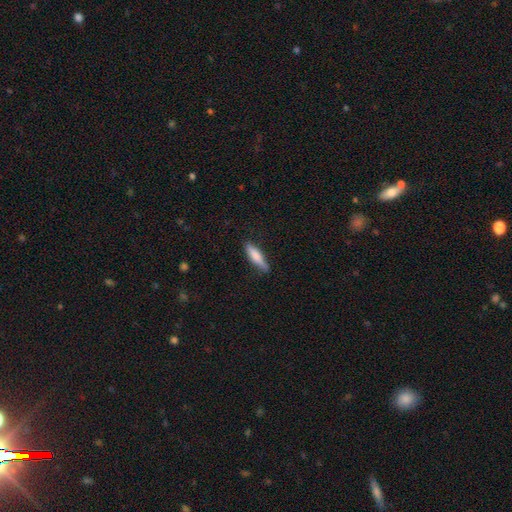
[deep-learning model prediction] A smooth galaxy with no disk features (75%) that is cigar-shaped (76%). Merging: none (78%).